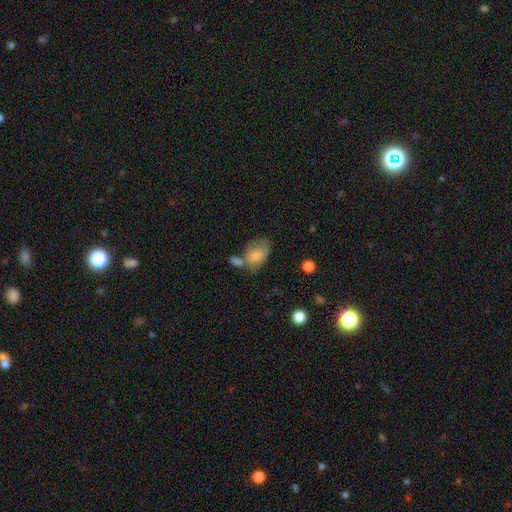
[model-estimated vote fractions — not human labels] Overall: smooth (71%). How rounded: in between (86%). Merging: none (30%; merger 27%).